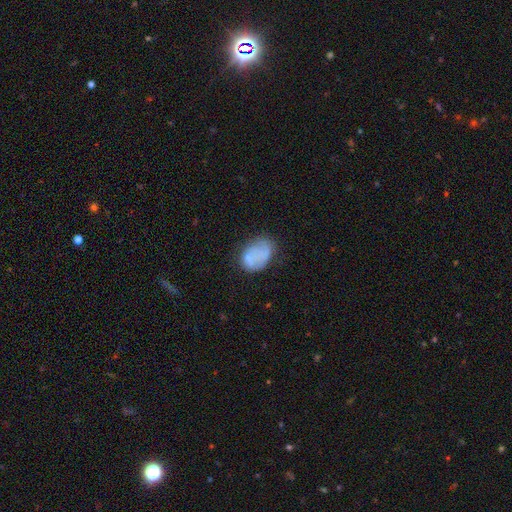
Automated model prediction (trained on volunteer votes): Smooth or featured: smooth — 62% (featured or disk — 28%)
How rounded: in between — 80% (round — 19%)
Merging: none — 46% (minor disturbance — 30%)